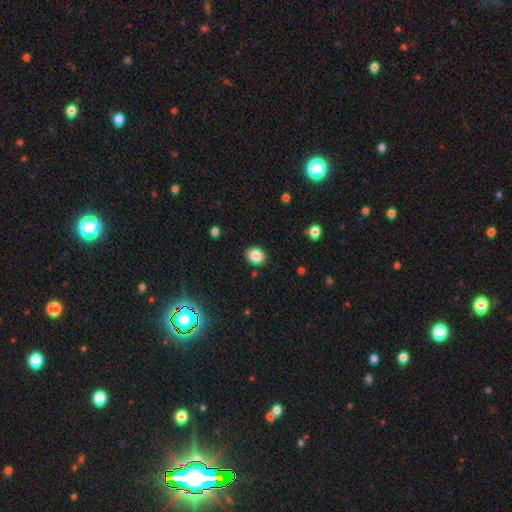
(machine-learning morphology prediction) A smooth galaxy with no disk features (85%) that is round (63%). Merging: none (89%).